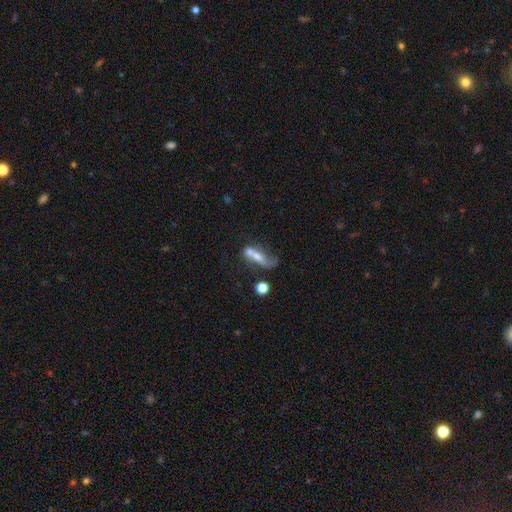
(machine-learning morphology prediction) smooth-or-featured: smooth: 49% | featured or disk: 41% | star or artifact: 10%
  merging: merger: 41% | none: 24% | major disturbance: 20% | minor disturbance: 15%